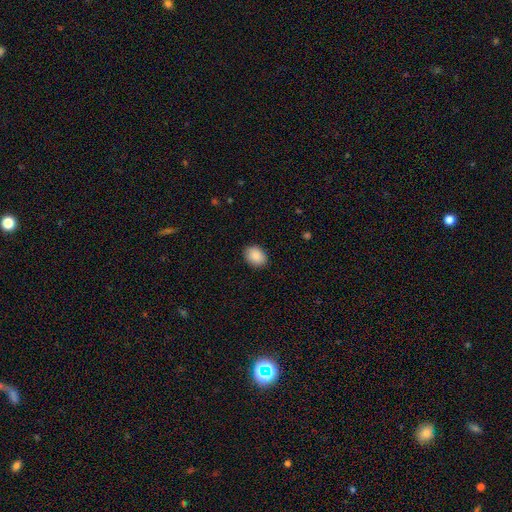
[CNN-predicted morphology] Smooth or featured: smooth — 89% (star or artifact — 7%)
How rounded: in between — 64% (round — 35%)
Merging: none — 88% (minor disturbance — 9%)